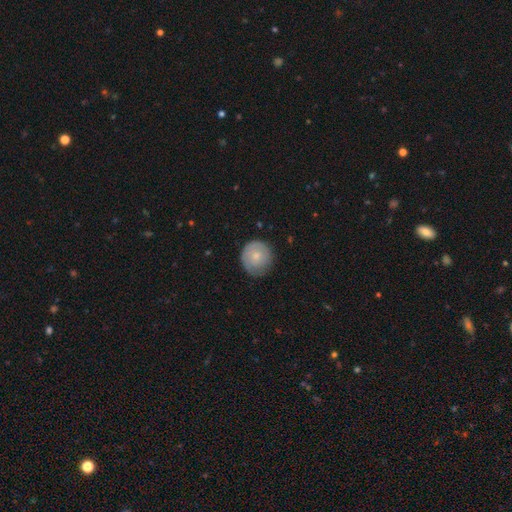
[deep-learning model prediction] Morphology: type=smooth (64%); roundness=round (91%); merging=none (77%).